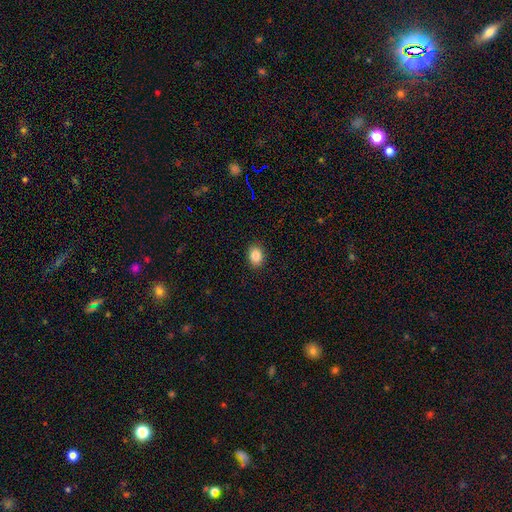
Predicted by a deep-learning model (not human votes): Overall: smooth (86%). How rounded: in between (63%; round 36%). Merging: none (90%).